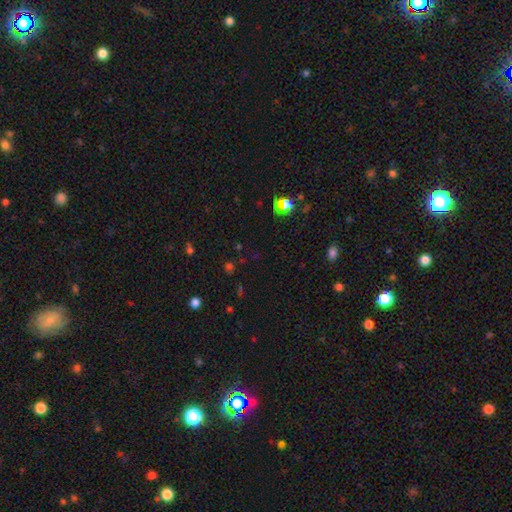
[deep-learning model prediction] Smooth or featured? Predicted: star or artifact (p=0.61).